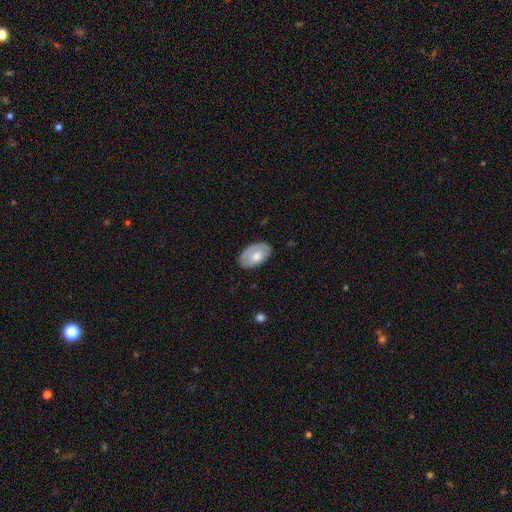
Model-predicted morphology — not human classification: smooth 73%, featured or disk 21%, star or artifact 6%. Down the decision tree: how rounded — in between (93%); merging — none (75%).